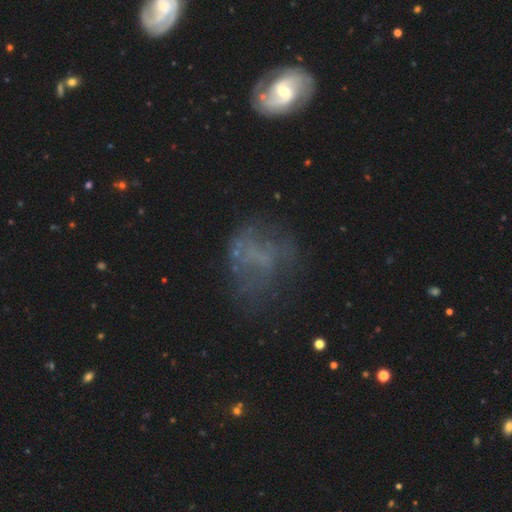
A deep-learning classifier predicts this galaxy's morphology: Smooth or featured: featured or disk — 48% (smooth — 28%)
Merging: none — 46% (major disturbance — 29%)